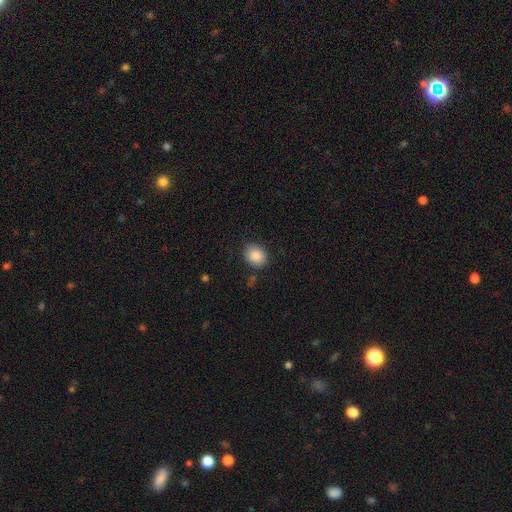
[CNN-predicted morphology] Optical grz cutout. It shows a smooth galaxy with no disk features (87%) that is round (57%). Merging: none (83%).